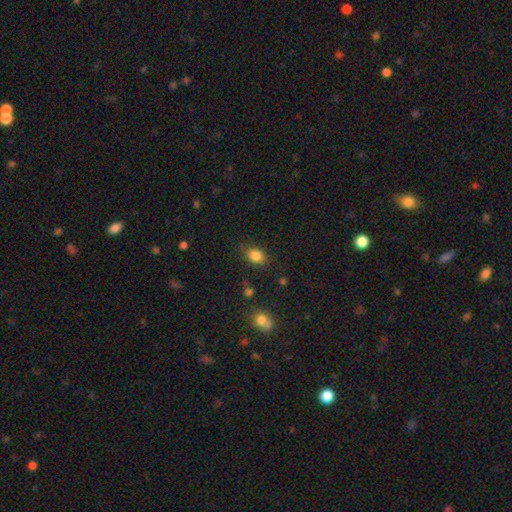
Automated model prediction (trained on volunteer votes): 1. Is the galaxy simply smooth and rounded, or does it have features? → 83% smooth, 10% star or artifact, 6% featured or disk.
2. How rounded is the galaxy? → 71% in between, 27% round, 2% cigar-shaped.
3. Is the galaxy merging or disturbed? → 73% none, 20% minor disturbance, 5% major disturbance, 2% merger.